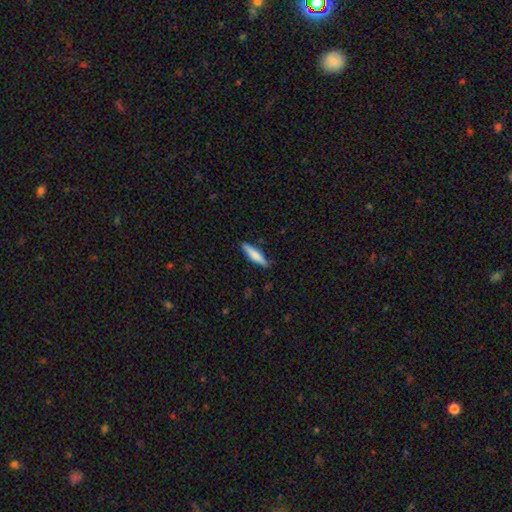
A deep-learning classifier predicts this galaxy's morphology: Smooth or featured? Predicted: smooth (p=0.71). How rounded? Predicted: cigar-shaped (p=0.78). Merging? Predicted: none (p=0.87).